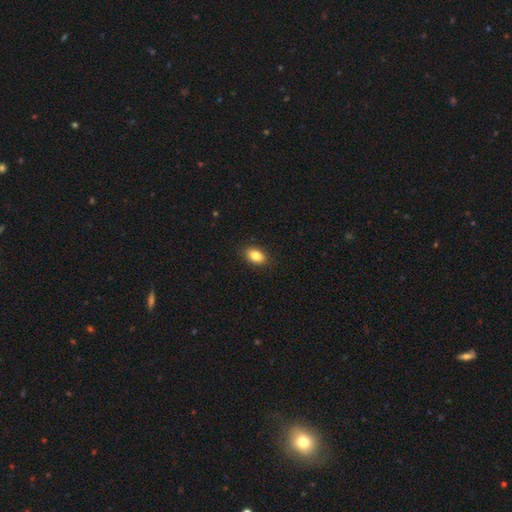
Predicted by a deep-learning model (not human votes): smooth_or_featured: smooth (p=0.84) [alt: star or artifact p=0.08]
how_rounded: in between (p=0.87) [alt: round p=0.11]
merging: none (p=0.89) [alt: minor disturbance p=0.08]